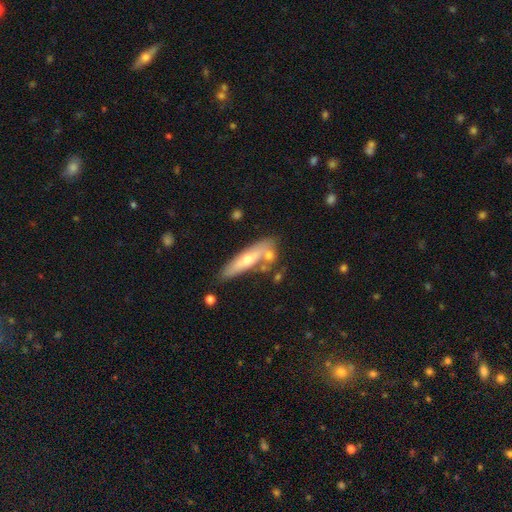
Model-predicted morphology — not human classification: smooth-or-featured: featured or disk: 47% | smooth: 46% | star or artifact: 7%
  merging: none: 67% | minor disturbance: 16% | merger: 13% | major disturbance: 4%